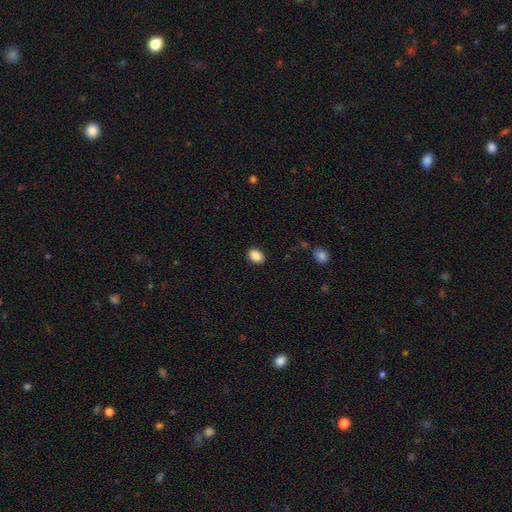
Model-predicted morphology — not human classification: smooth 89%, star or artifact 8%, featured or disk 3%. Down the decision tree: how rounded — in between (73%); merging — none (89%).